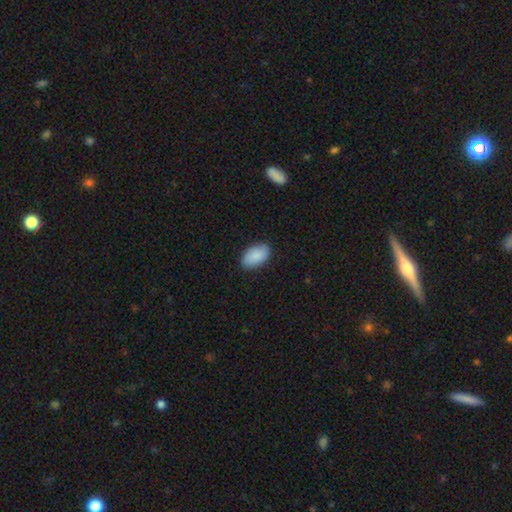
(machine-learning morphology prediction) A smooth galaxy with no disk features (89%) that is in between round and cigar-shaped (94%).

Vote fractions:
- Smooth or featured? smooth: 89% / star or artifact: 6% / featured or disk: 5%
- How rounded? in between: 94% / round: 5% / cigar-shaped: 1%
- Merging? none: 87% / minor disturbance: 10% / major disturbance: 2% / merger: 1%